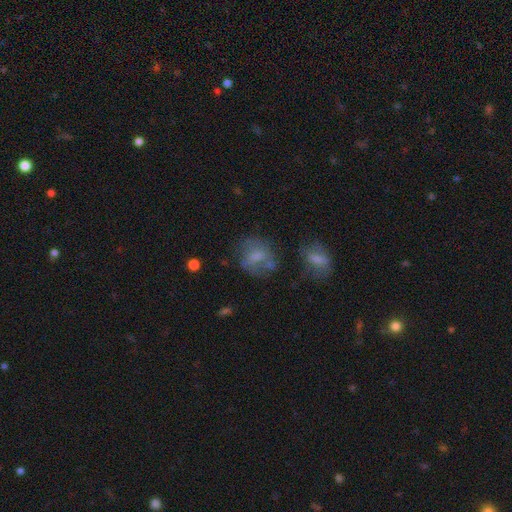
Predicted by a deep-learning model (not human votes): Smooth or featured? Predicted: smooth (p=0.54). How rounded? Predicted: round (p=0.52). Merging? Predicted: none (p=0.44).